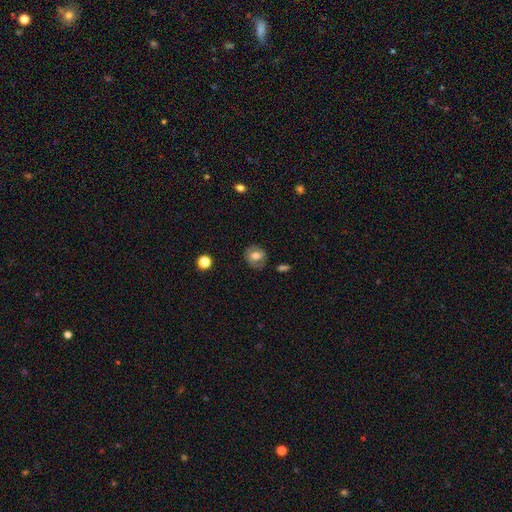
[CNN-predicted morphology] This appears to be a smooth galaxy with no disk features (56%) that is round (71%). Merging: none (74%).